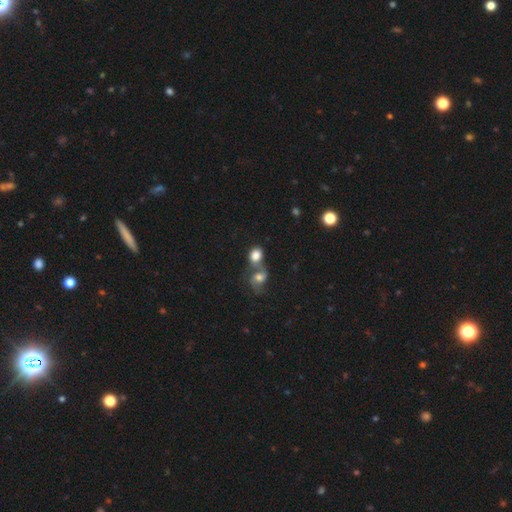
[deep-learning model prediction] smooth_or_featured: smooth (p=0.72) [alt: featured or disk p=0.18]
how_rounded: round (p=0.58) [alt: in between p=0.40]
merging: merger (p=0.57) [alt: none p=0.28]